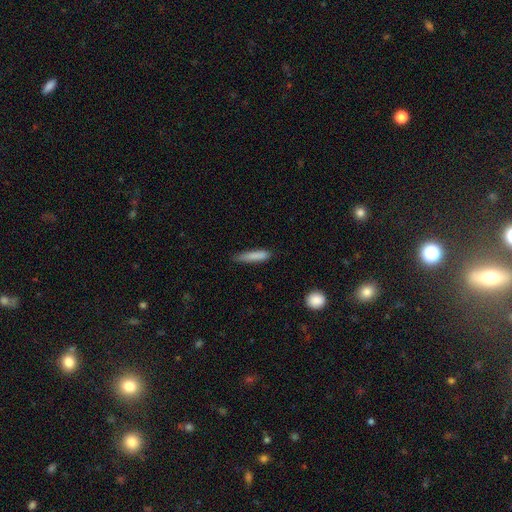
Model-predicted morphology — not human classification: This is clearly a smooth galaxy (83%). How rounded: clearly cigar-shaped (86%). Merging: likely none (72%).